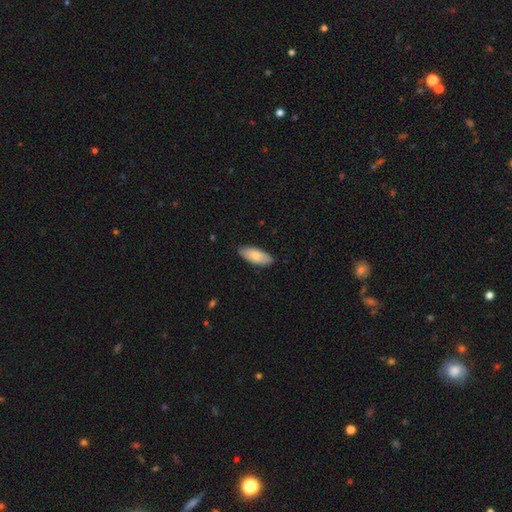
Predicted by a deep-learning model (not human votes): smooth_or_featured: smooth (p=0.79) [alt: featured or disk p=0.16]
how_rounded: in between (p=0.84) [alt: cigar-shaped p=0.14]
merging: none (p=0.87) [alt: minor disturbance p=0.10]